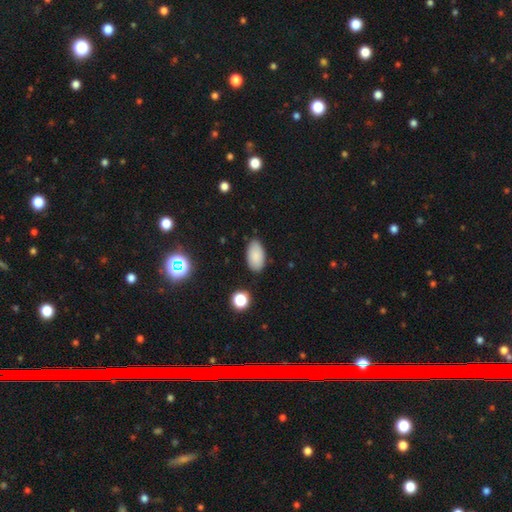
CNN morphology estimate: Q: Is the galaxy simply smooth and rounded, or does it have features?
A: smooth — 86%.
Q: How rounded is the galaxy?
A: in between — 95%.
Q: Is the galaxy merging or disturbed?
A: none — 84%.